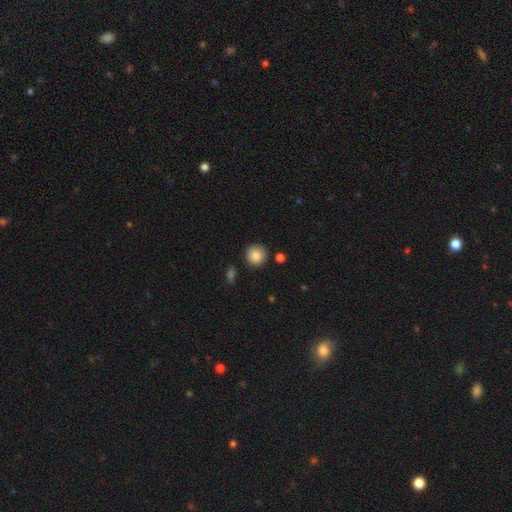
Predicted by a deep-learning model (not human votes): This appears to be a smooth galaxy with no disk features (85%) that is round (94%). Merging: none (87%).